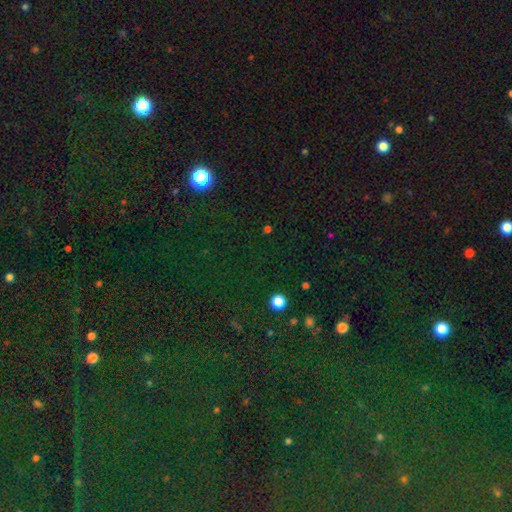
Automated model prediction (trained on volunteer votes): Smooth or featured? Predicted: star or artifact (p=0.76).